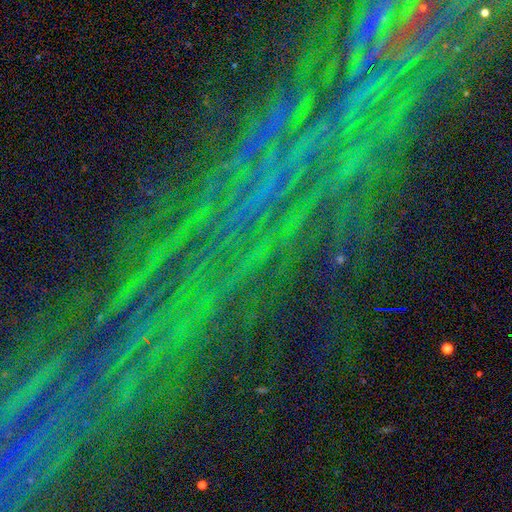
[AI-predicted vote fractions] The model was most divided on "smooth or featured": star or artifact: 82%, featured or disk: 10%, smooth: 8%.